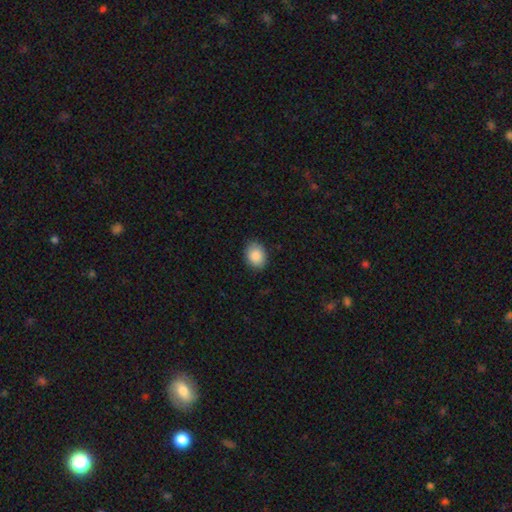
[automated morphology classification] This is clearly a smooth galaxy (89%). How rounded: likely in between (65%). Merging: clearly none (87%).